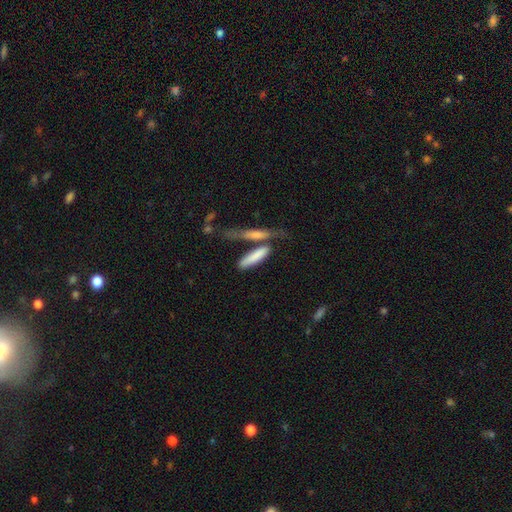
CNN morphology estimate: The model was most divided on "merging": none: 50%, merger: 26%, minor disturbance: 16%, major disturbance: 8%. More confident: how rounded — cigar-shaped (78%); smooth or featured — smooth (76%).